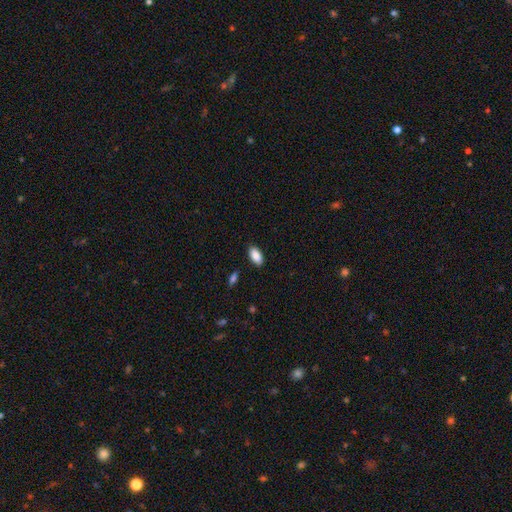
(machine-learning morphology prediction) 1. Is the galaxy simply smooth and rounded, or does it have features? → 89% smooth, 7% star or artifact, 4% featured or disk.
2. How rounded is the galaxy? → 93% in between, 4% cigar-shaped, 3% round.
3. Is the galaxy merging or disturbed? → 88% none, 9% minor disturbance, 2% major disturbance, 1% merger.